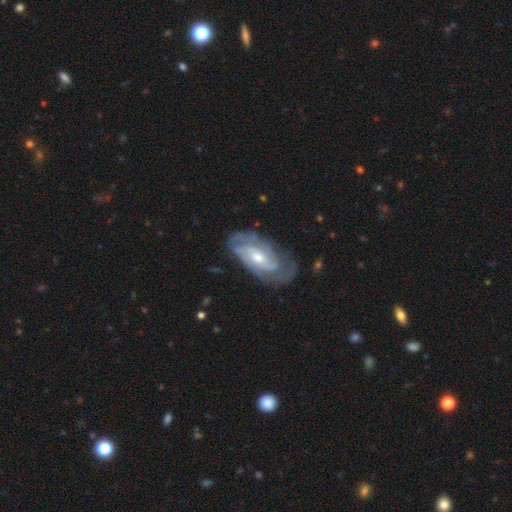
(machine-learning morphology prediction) Smooth or featured: featured or disk — 83% (smooth — 10%)
Edge-on disk: no — 93% (yes — 7%)
Bar: no — 45% (weak — 40%)
Spiral arms: yes — 94% (no — 6%)
Spiral winding: tight — 65% (medium — 28%)
Spiral arm count: 2 — 45% (can't tell — 27%)
Bulge size: moderate — 56% (small — 39%)
Merging: none — 78% (minor disturbance — 15%)